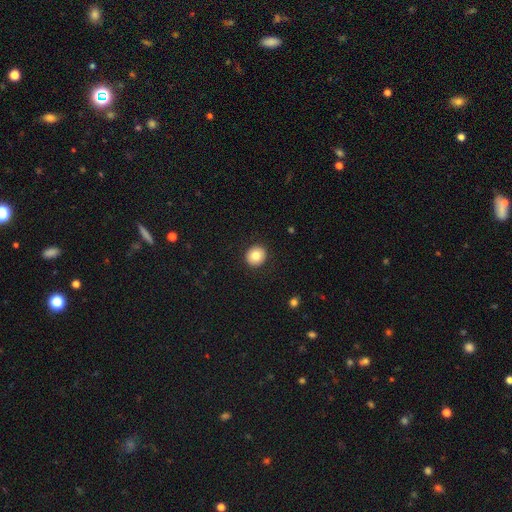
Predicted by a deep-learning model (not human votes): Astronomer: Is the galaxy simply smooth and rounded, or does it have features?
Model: smooth — 81%.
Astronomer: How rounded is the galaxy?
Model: round — 88%.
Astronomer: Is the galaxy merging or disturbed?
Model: none — 91%.